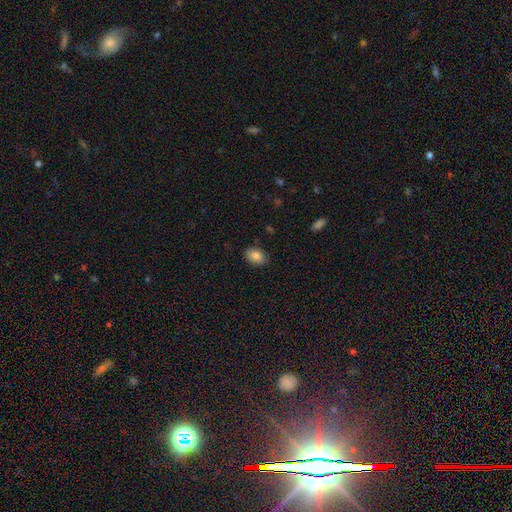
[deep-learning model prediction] Q: Smooth or featured?
A: smooth (85%); runner-up: star or artifact (8%)
Q: How rounded?
A: in between (85%); runner-up: round (14%)
Q: Merging?
A: none (85%); runner-up: minor disturbance (11%)